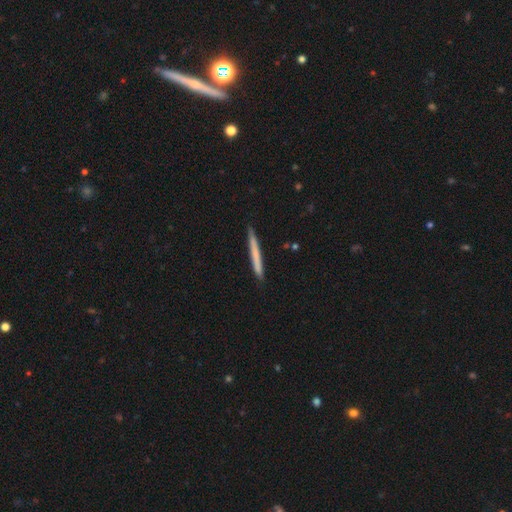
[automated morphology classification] The model was most divided on "smooth or featured": smooth: 65%, featured or disk: 30%, star or artifact: 5%. More confident: how rounded — cigar-shaped (97%); merging — none (89%).